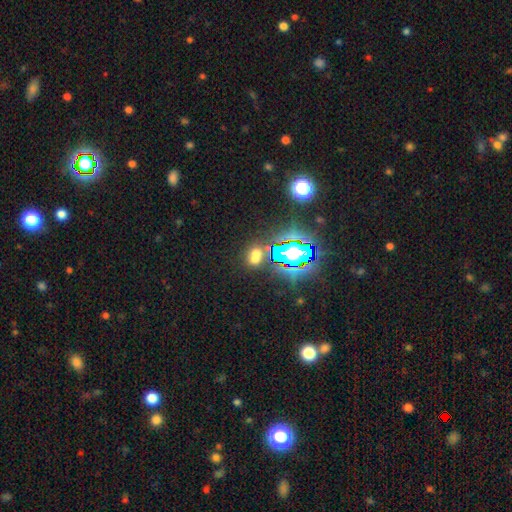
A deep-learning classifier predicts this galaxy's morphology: This is possibly a star or artifact rather than a galaxy (47%).